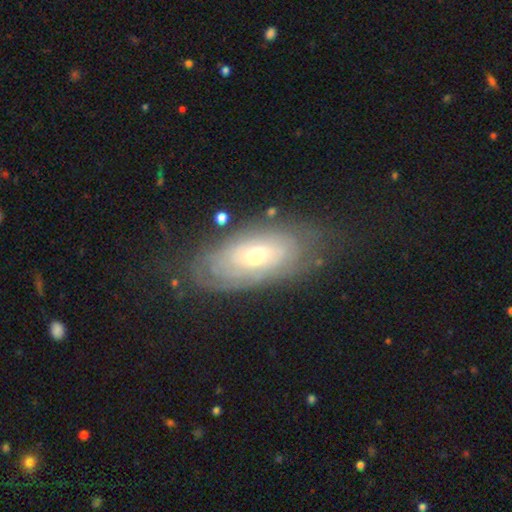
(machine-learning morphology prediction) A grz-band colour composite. It shows a featured or disk galaxy (71%) with no bar (72%), spiral arms (74%) and a moderate central bulge (55%). Merging: none (73%).